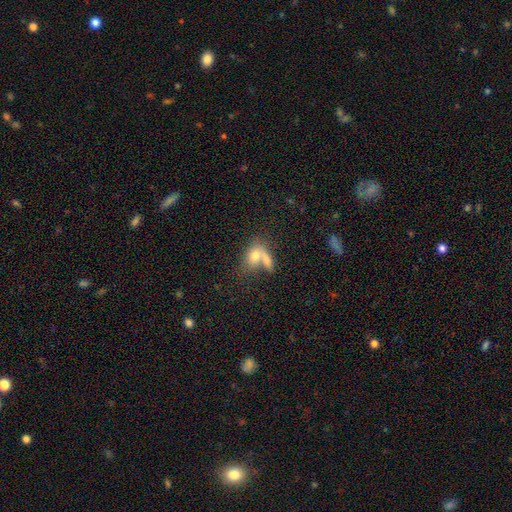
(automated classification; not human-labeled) smooth 73%, featured or disk 19%, star or artifact 8%. Down the decision tree: how rounded — in between (77%); merging — merger (58%).